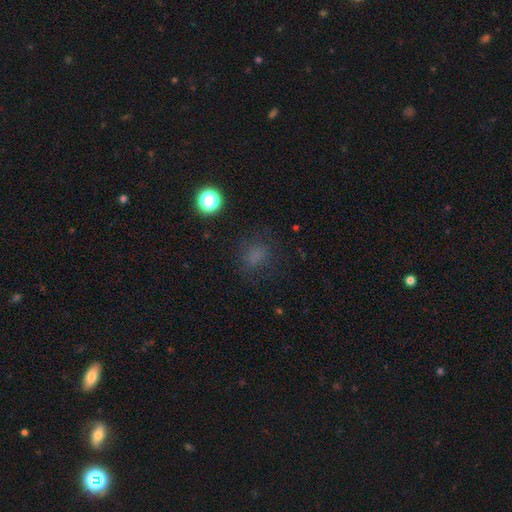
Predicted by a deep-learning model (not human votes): A smooth galaxy with no disk features (65%) that is round (64%).

Vote fractions:
- Smooth or featured? smooth: 65% / star or artifact: 25% / featured or disk: 10%
- How rounded? round: 64% / in between: 34% / cigar-shaped: 2%
- Merging? none: 72% / minor disturbance: 16% / major disturbance: 10% / merger: 2%